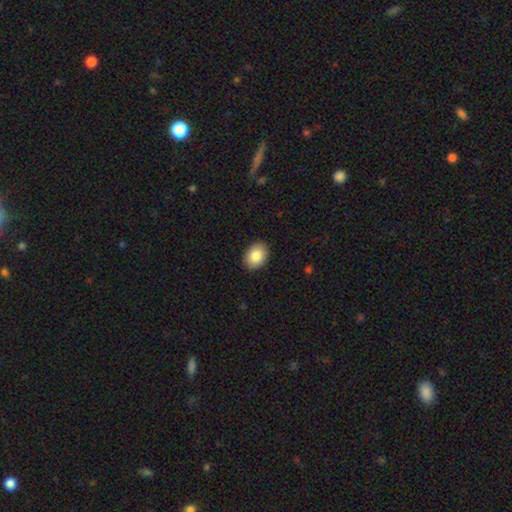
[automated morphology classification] smooth 87%, star or artifact 7%, featured or disk 6%. Down the decision tree: how rounded — in between (72%); merging — none (90%).